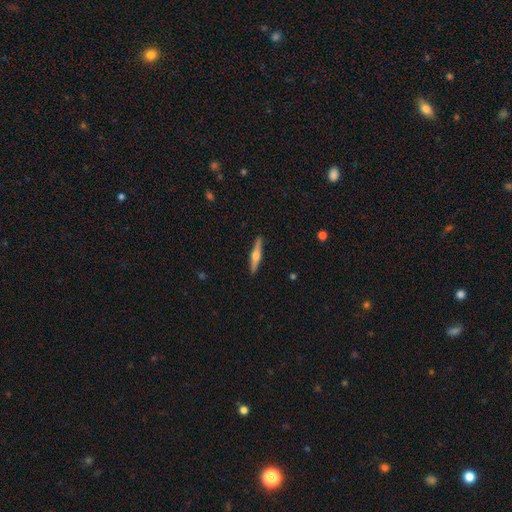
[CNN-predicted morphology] Smooth or featured? Predicted: featured or disk (p=0.64). Edge-on disk? Predicted: yes (p=0.97). Edge-on bulge? Predicted: rounded (p=0.91). Merging? Predicted: none (p=0.91).